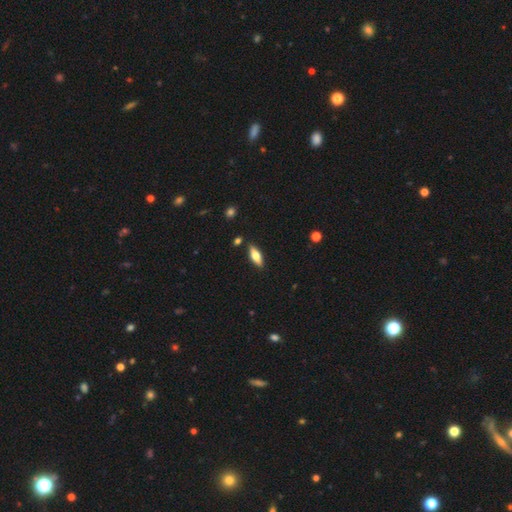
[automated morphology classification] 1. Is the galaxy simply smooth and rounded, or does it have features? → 61% smooth, 32% featured or disk, 6% star or artifact.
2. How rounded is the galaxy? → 61% in between, 37% cigar-shaped, 2% round.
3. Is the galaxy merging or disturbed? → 87% none, 9% minor disturbance, 2% merger, 2% major disturbance.